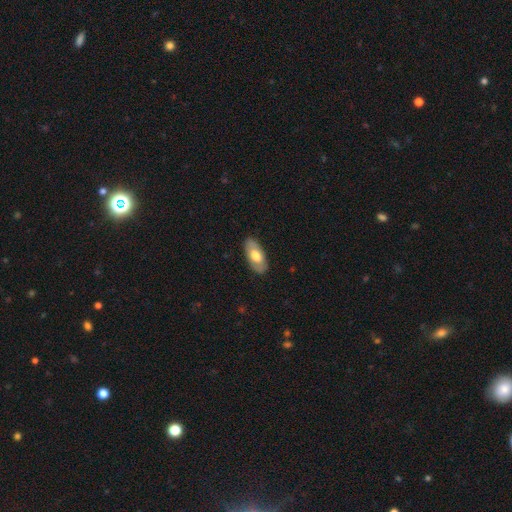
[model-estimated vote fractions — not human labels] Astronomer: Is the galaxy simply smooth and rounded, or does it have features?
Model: smooth — 63%.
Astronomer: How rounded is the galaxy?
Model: in between — 92%.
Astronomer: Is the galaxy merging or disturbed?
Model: none — 85%.